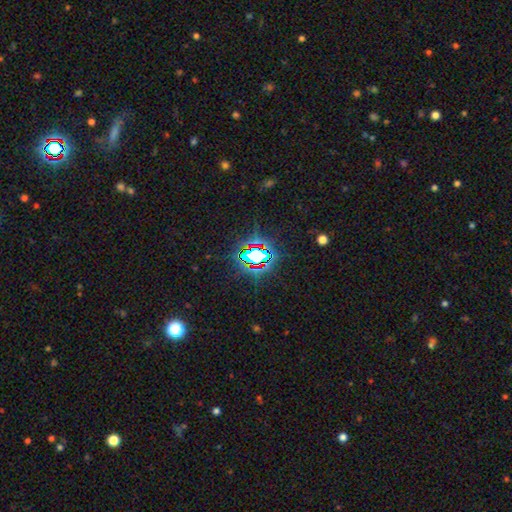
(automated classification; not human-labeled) Smooth or featured? star or artifact (76%)